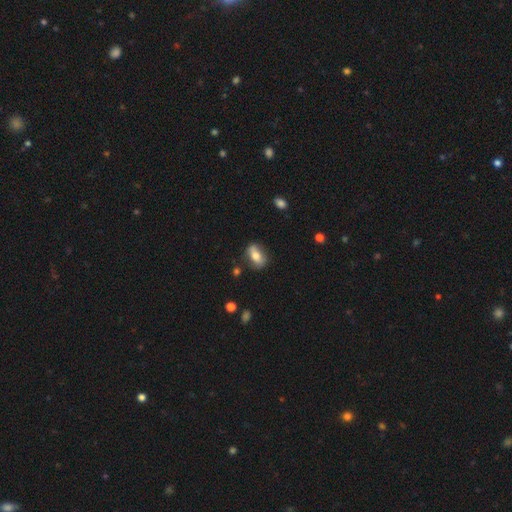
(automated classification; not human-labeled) A smooth galaxy with no disk features (63%) that is in between round and cigar-shaped (80%).

Vote fractions:
- Smooth or featured? smooth: 63% / featured or disk: 30% / star or artifact: 7%
- How rounded? in between: 80% / round: 11% / cigar-shaped: 8%
- Merging? none: 73% / minor disturbance: 18% / major disturbance: 5% / merger: 4%